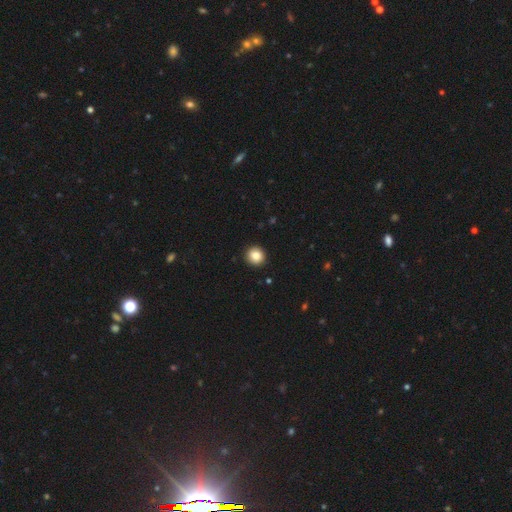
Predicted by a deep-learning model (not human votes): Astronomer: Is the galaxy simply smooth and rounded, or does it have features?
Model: smooth — 87%.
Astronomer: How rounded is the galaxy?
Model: round — 91%.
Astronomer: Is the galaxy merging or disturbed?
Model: none — 92%.